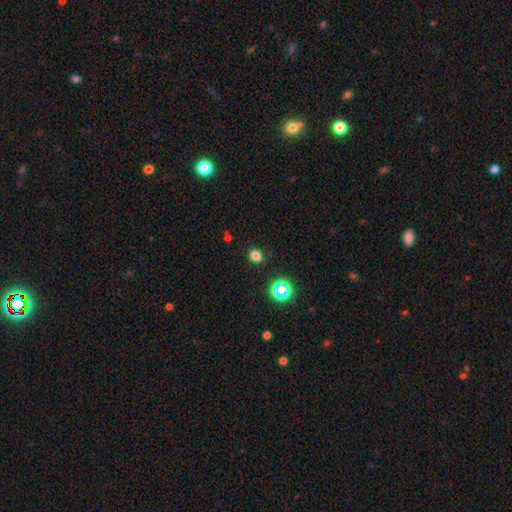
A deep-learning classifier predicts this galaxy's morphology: smooth 76%, star or artifact 19%, featured or disk 5%. Down the decision tree: how rounded — round (77%); merging — none (89%).